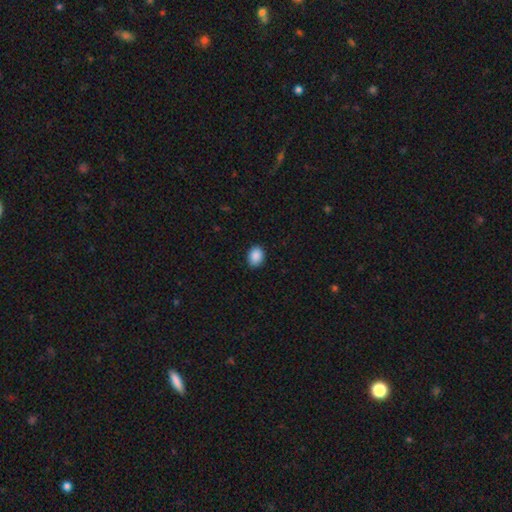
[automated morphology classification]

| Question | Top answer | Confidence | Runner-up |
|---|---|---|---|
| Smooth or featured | smooth | 89% | star or artifact (8%) |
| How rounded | in between | 63% | round (36%) |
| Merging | none | 88% | minor disturbance (9%) |